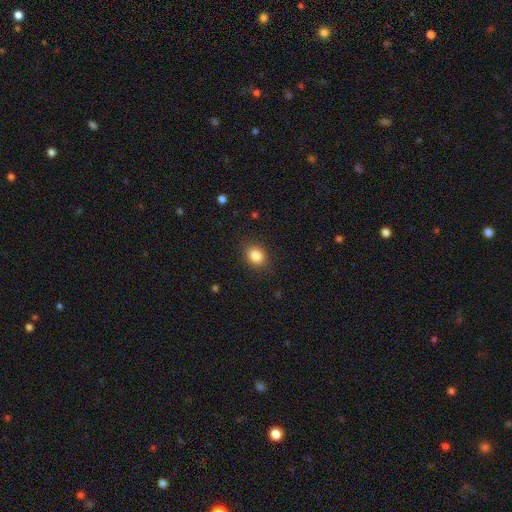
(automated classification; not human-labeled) Smooth or featured? smooth (85%)
How rounded? round (59%)
Merging? none (86%)